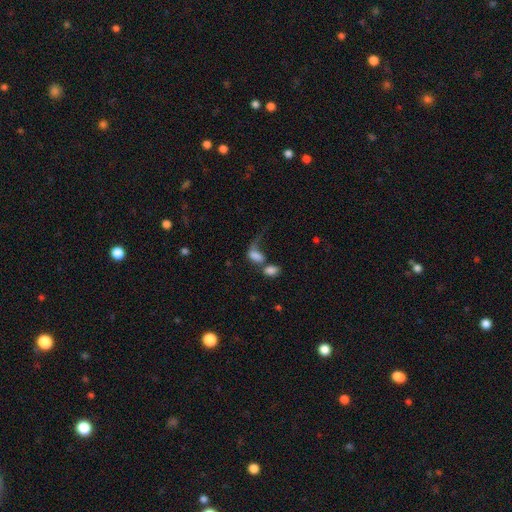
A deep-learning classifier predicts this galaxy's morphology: This is likely a smooth galaxy (68%). How rounded: clearly in between (84%). Merging: possibly merger (52%).